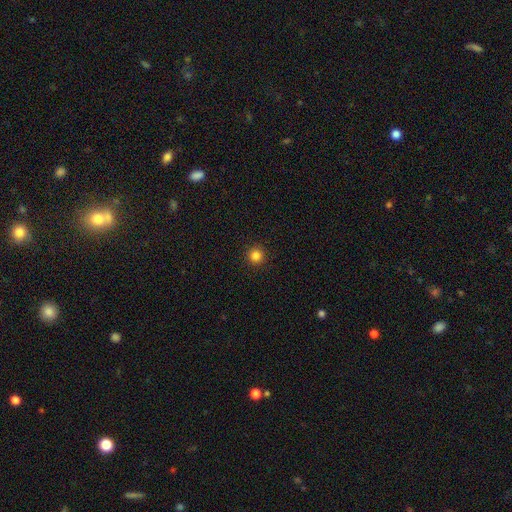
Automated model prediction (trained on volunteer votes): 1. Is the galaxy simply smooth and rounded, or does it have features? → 83% smooth, 13% star or artifact, 4% featured or disk.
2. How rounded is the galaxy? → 96% round, 3% in between, 1% cigar-shaped.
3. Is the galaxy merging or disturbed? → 93% none, 5% minor disturbance, 2% major disturbance, 1% merger.